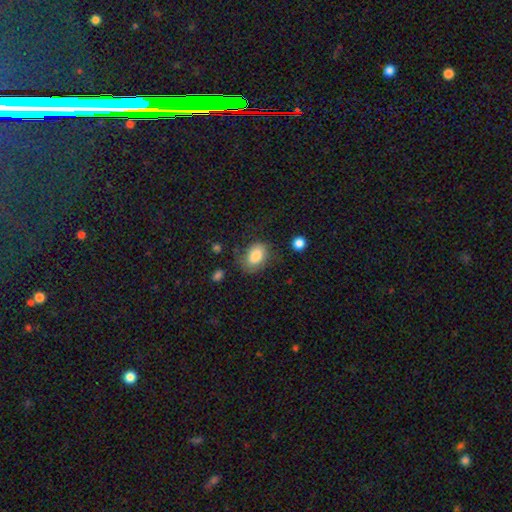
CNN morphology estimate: The model was most divided on "merging": none: 63%, minor disturbance: 24%, major disturbance: 11%, merger: 2%. More confident: smooth or featured — smooth (81%); how rounded — in between (78%).